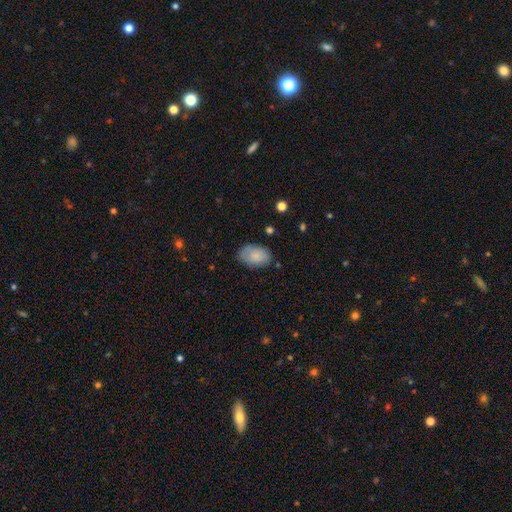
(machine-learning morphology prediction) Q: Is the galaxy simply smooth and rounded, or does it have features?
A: smooth — 82%.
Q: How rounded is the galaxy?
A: in between — 91%.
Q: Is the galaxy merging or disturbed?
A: none — 77%.